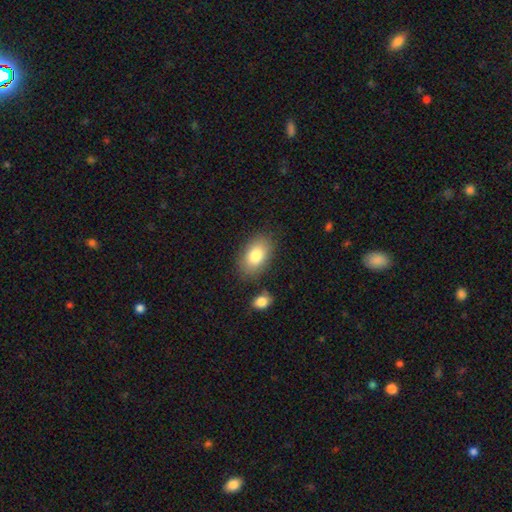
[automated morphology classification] smooth_or_featured: smooth (p=0.82) [alt: featured or disk p=0.11]
how_rounded: in between (p=0.90) [alt: round p=0.09]
merging: none (p=0.81) [alt: minor disturbance p=0.11]